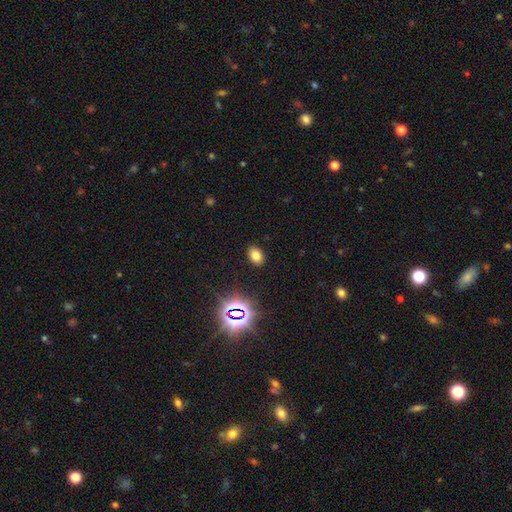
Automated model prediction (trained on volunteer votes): This is likely a smooth galaxy (72%). How rounded: likely in between (78%). Merging: clearly none (88%).